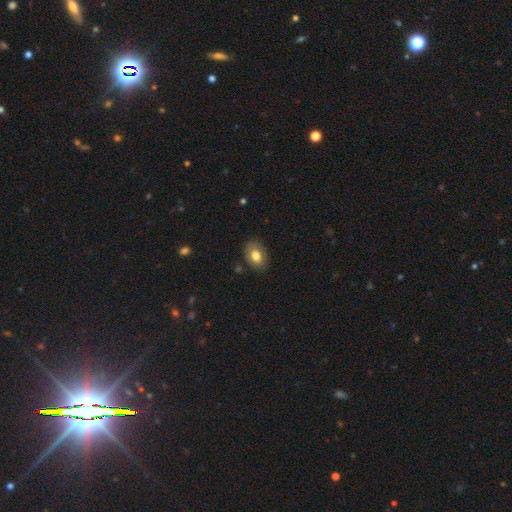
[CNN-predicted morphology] Smooth or featured? Predicted: smooth (p=0.76). How rounded? Predicted: in between (p=0.79). Merging? Predicted: none (p=0.82).